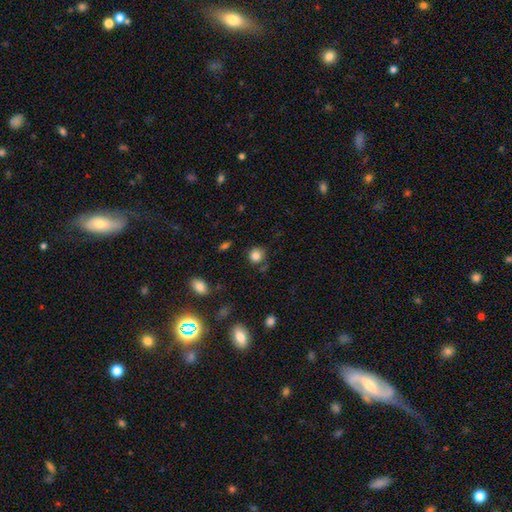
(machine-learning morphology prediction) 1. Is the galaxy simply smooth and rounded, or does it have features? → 83% smooth, 11% star or artifact, 6% featured or disk.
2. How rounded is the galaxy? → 84% round, 15% in between, 1% cigar-shaped.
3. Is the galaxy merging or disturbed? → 74% none, 17% minor disturbance, 4% major disturbance, 4% merger.